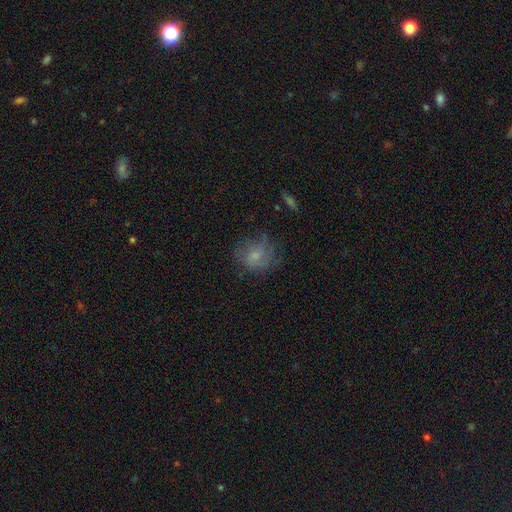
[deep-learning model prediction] Smooth or featured?
  - smooth: 61% *
  - featured or disk: 28%
  - star or artifact: 11%
How rounded?
  - round: 70% *
  - in between: 29%
  - cigar-shaped: 1%
Merging?
  - none: 59% *
  - minor disturbance: 24%
  - major disturbance: 16%
  - merger: 2%